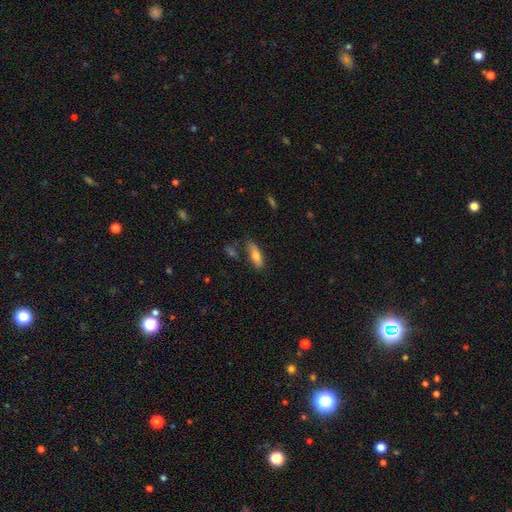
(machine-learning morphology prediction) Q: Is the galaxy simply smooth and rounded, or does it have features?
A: smooth — 72%.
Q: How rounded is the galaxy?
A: in between — 59%.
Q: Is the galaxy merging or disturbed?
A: none — 72%.